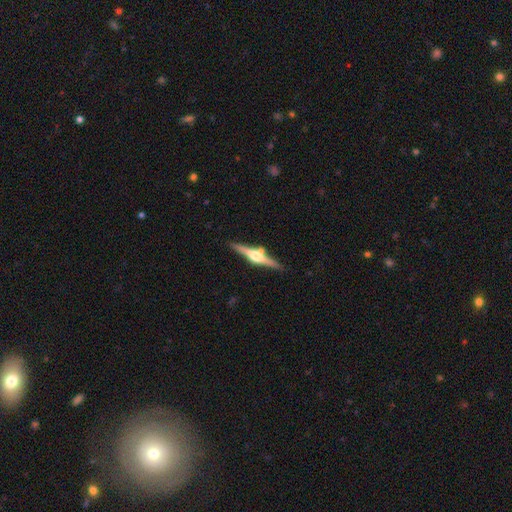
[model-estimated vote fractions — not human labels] smooth-or-featured: featured or disk: 79% | smooth: 16% | star or artifact: 5%
  disk-edge-on: yes: 98% | no: 2%
    edge-on-bulge: rounded: 93% | boxy: 5% | none: 2%
  merging: none: 82% | minor disturbance: 10% | merger: 6% | major disturbance: 2%